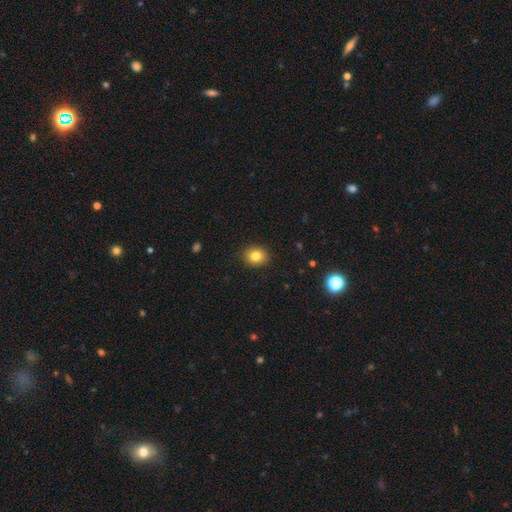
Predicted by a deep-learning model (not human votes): Q: Smooth or featured?
A: smooth (82%); runner-up: star or artifact (11%)
Q: How rounded?
A: round (62%); runner-up: in between (37%)
Q: Merging?
A: none (89%); runner-up: minor disturbance (8%)